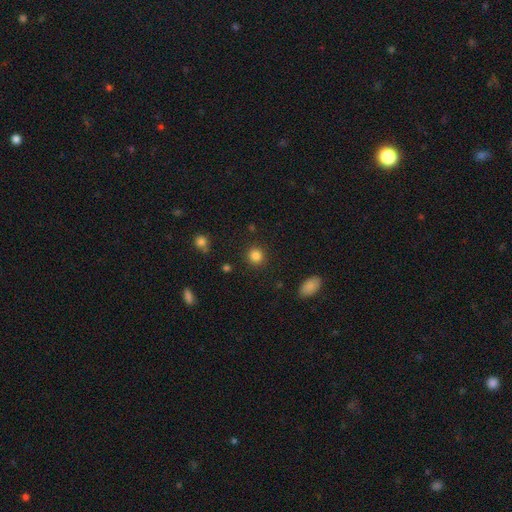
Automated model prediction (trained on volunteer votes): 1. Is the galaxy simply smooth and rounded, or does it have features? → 84% smooth, 11% star or artifact, 4% featured or disk.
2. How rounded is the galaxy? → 89% round, 10% in between, 1% cigar-shaped.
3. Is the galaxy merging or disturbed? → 90% none, 6% minor disturbance, 3% major disturbance, 2% merger.